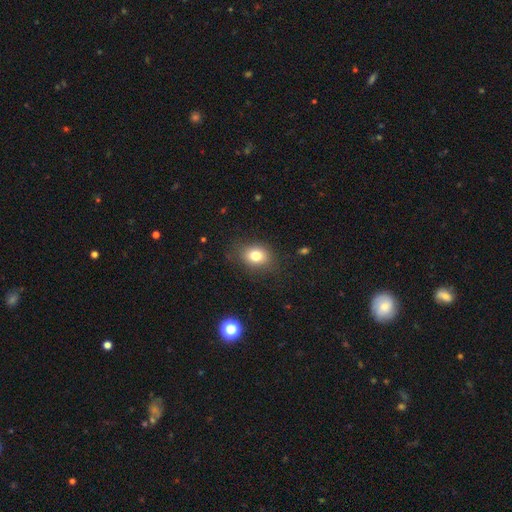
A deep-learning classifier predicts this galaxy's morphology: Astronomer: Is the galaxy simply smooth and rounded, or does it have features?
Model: smooth — 78%.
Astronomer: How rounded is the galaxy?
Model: in between — 58% (runner-up: round, 41%).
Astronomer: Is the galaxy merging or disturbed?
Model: none — 80%.